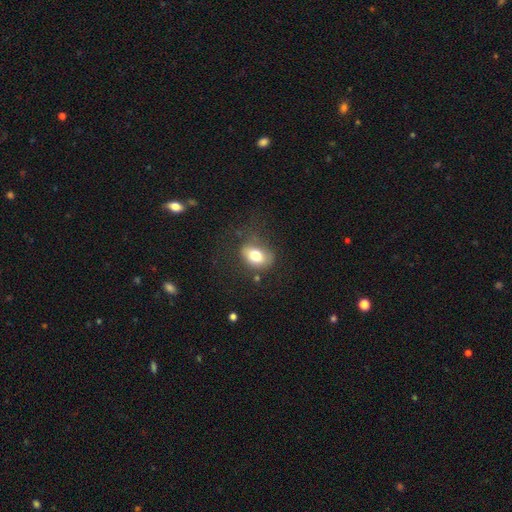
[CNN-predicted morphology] smooth_or_featured: smooth (p=0.74) [alt: featured or disk p=0.17]
how_rounded: in between (p=0.74) [alt: round p=0.24]
merging: none (p=0.57) [alt: minor disturbance p=0.24]